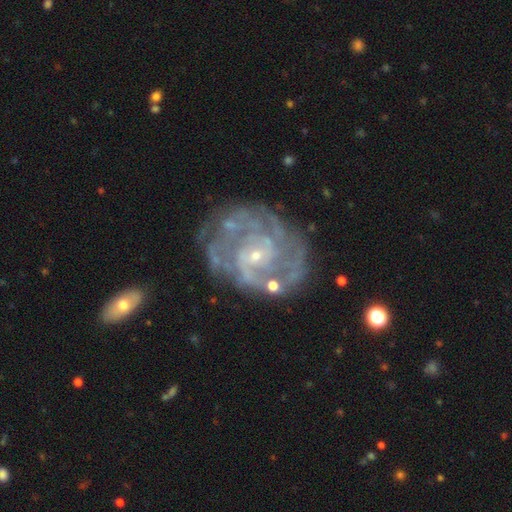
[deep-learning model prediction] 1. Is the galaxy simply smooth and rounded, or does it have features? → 88% featured or disk, 6% star or artifact, 6% smooth.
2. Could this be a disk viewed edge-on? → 98% no, 2% yes.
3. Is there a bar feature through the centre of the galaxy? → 63% no, 30% weak, 7% strong.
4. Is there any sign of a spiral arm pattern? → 94% yes, 6% no.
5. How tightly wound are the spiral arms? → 58% tight, 34% medium, 8% loose.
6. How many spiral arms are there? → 30% can't tell, 22% 2, 19% 3, 14% 4, 8% more than 4, 7% 1.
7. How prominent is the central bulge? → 81% small, 14% moderate, 3% none, 1% large, 1% dominant.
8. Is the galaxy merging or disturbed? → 67% none, 19% minor disturbance, 11% major disturbance, 4% merger.